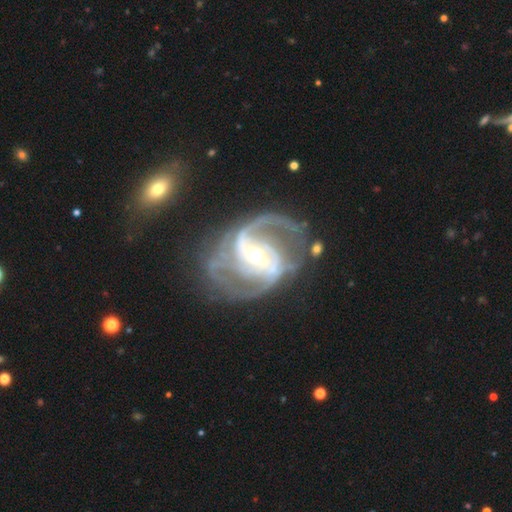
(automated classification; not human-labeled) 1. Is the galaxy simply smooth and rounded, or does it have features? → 92% featured or disk, 5% star or artifact, 3% smooth.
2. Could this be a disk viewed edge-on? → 98% no, 2% yes.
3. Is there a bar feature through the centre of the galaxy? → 40% weak, 35% strong, 25% no.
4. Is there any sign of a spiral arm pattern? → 98% yes, 2% no.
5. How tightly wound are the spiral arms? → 54% medium, 24% tight, 22% loose.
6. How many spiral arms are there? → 60% 2, 19% 3, 8% can't tell, 5% 4, 4% 1, 4% more than 4.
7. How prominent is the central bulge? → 54% moderate, 41% small, 4% large, 1% none, 1% dominant.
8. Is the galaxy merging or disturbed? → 58% none, 19% minor disturbance, 19% major disturbance, 4% merger.